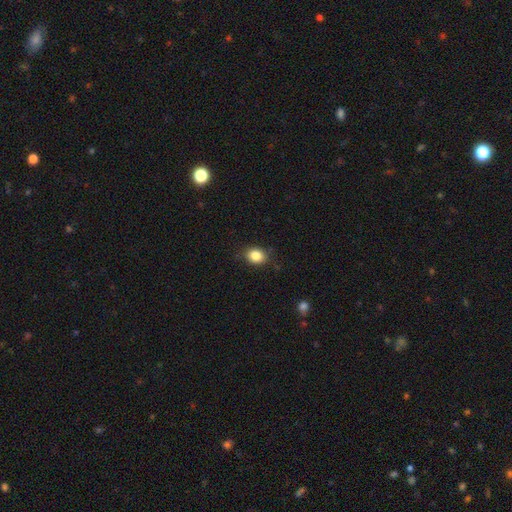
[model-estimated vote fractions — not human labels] smooth 85%, star or artifact 10%, featured or disk 5%. Down the decision tree: how rounded — round (54%); merging — none (84%).